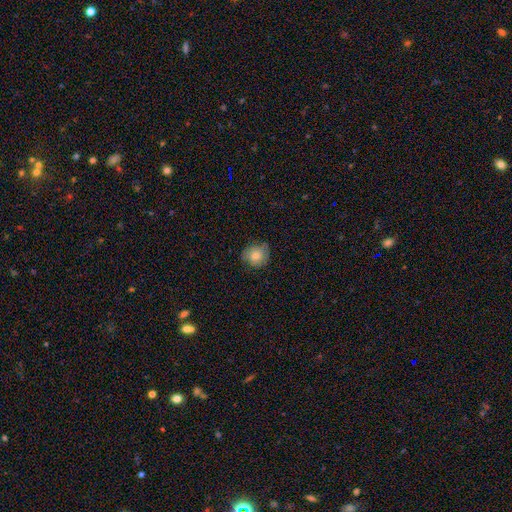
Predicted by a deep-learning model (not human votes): smooth 71%, featured or disk 21%, star or artifact 8%. Down the decision tree: how rounded — round (80%); merging — none (71%).